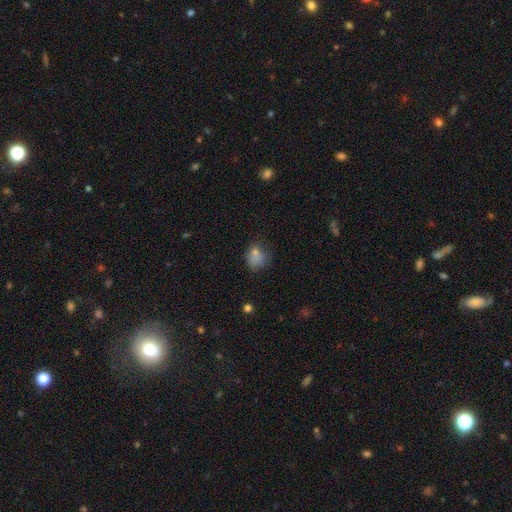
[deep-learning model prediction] Smooth or featured? smooth (75%)
How rounded? round (59%)
Merging? none (53%)